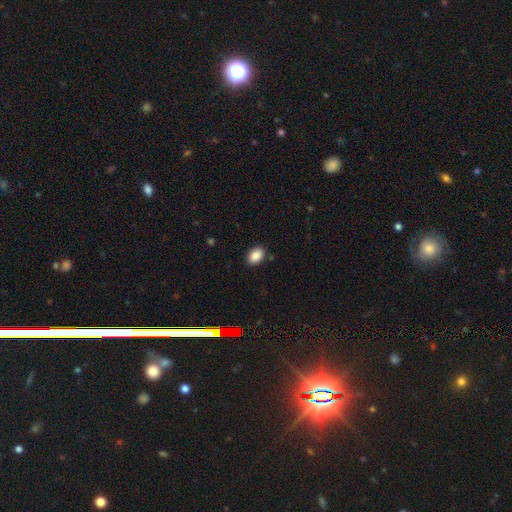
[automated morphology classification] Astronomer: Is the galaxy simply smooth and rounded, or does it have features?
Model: smooth — 87%.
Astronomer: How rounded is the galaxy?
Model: in between — 79%.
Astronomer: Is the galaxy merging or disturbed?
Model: none — 88%.